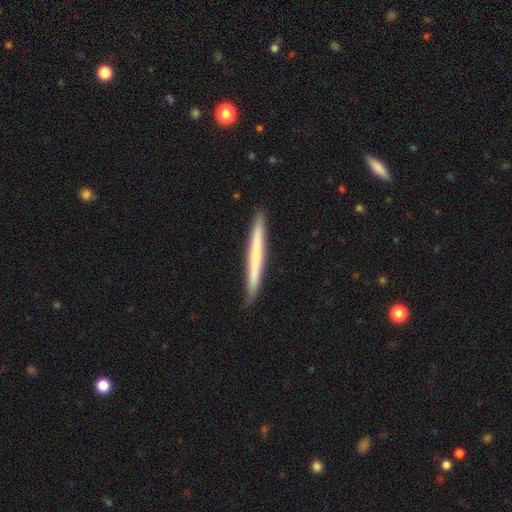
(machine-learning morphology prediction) smooth 58%, featured or disk 36%, star or artifact 5%. Down the decision tree: how rounded — cigar-shaped (97%); merging — none (90%).